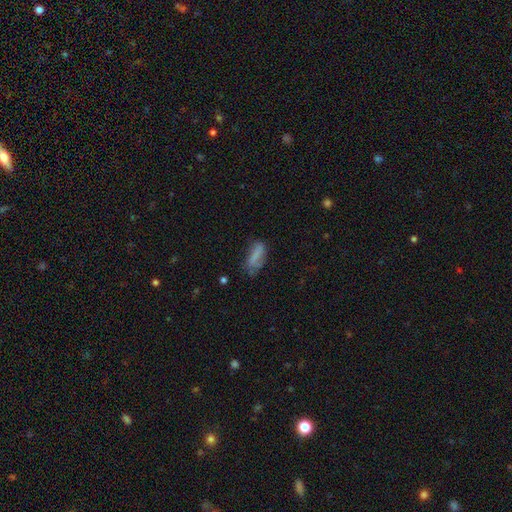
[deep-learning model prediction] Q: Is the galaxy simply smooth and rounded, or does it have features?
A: smooth — 65%.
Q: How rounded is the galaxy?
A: in between — 60%.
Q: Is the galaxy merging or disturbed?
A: none — 47%.